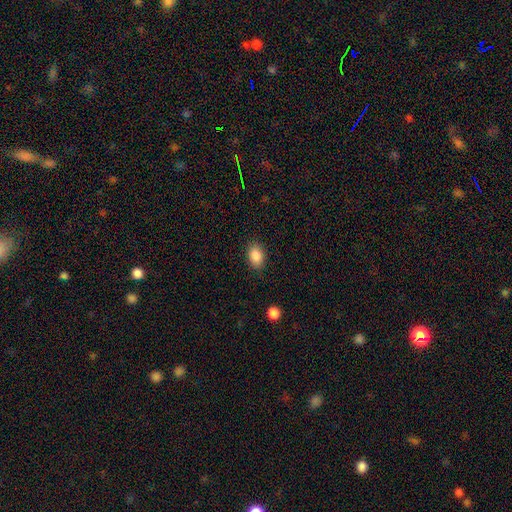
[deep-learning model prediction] Smooth or featured? smooth (88%)
How rounded? in between (82%)
Merging? none (86%)